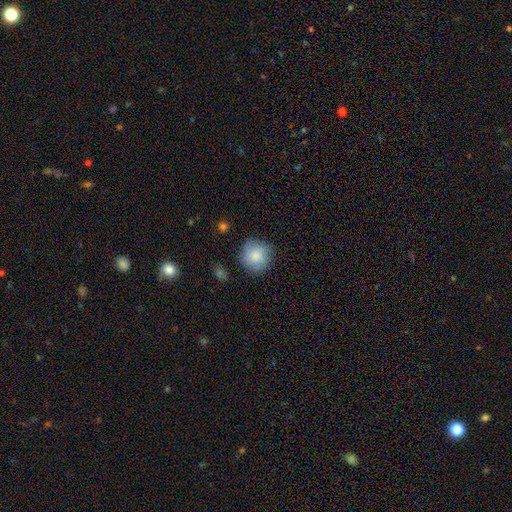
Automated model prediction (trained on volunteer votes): Smooth or featured?
  - smooth: 81% *
  - featured or disk: 12%
  - star or artifact: 7%
How rounded?
  - round: 93% *
  - in between: 6%
  - cigar-shaped: 1%
Merging?
  - none: 81% *
  - minor disturbance: 14%
  - major disturbance: 3%
  - merger: 2%